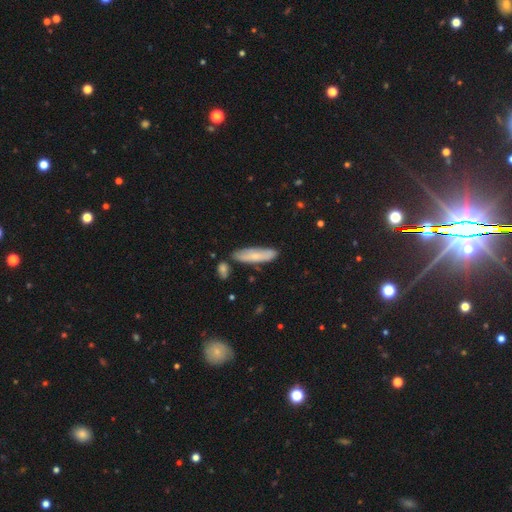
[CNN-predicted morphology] smooth 66%, featured or disk 28%, star or artifact 6%. Down the decision tree: how rounded — cigar-shaped (67%); merging — none (76%).